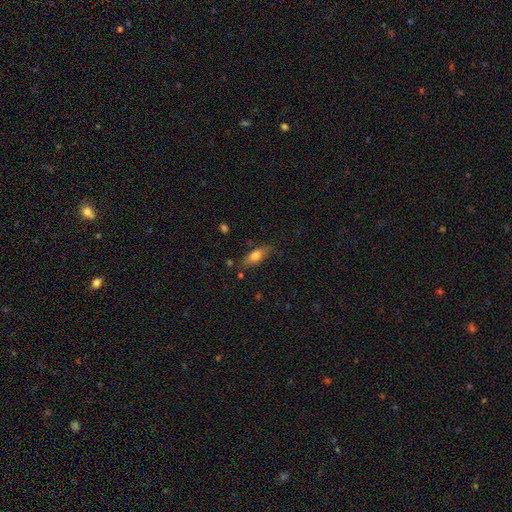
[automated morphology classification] This appears to be a smooth galaxy with no disk features (67%) that is in between round and cigar-shaped (67%). Merging: none (72%).